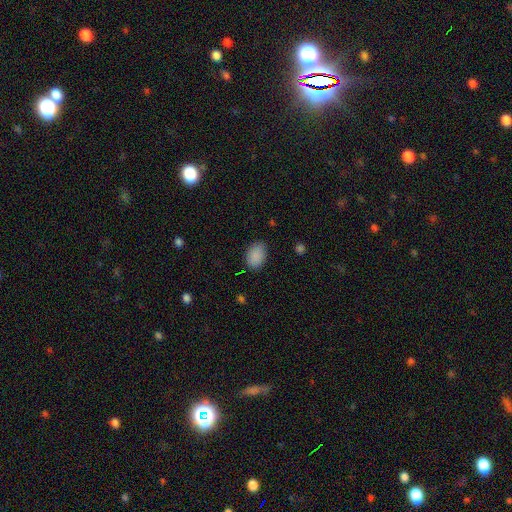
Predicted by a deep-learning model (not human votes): Smooth or featured? Predicted: smooth (p=0.89). How rounded? Predicted: in between (p=0.86). Merging? Predicted: none (p=0.83).